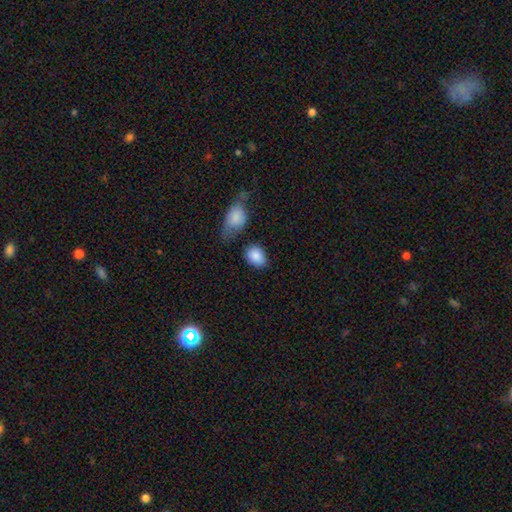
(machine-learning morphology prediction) Smooth or featured? smooth (88%)
How rounded? in between (70%)
Merging? none (69%)